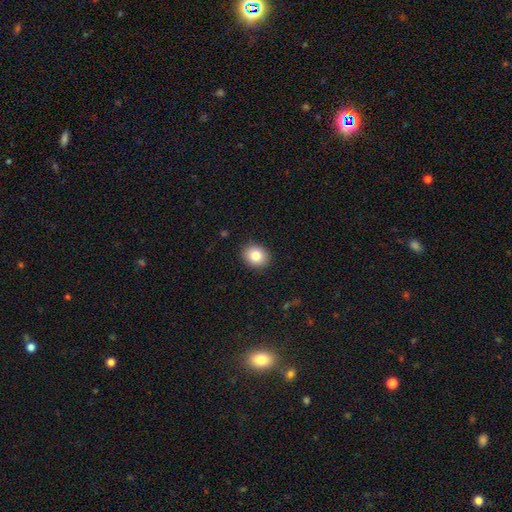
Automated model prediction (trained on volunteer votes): smooth 81%, star or artifact 9%, featured or disk 9%. Down the decision tree: how rounded — round (63%); merging — none (90%).